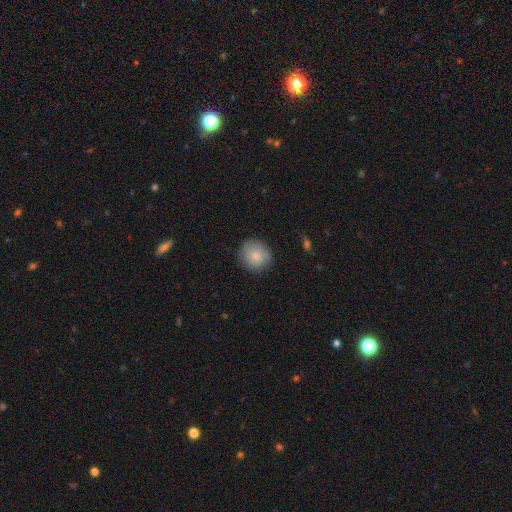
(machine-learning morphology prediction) type=smooth (81%); roundness=round (88%); merging=none (79%).